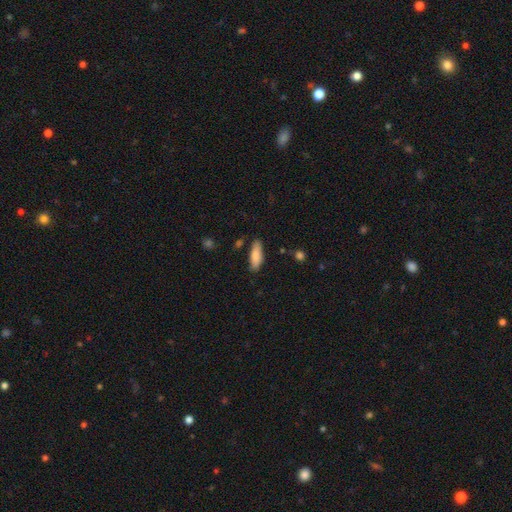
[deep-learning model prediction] Smooth or featured?
  - smooth: 84% *
  - featured or disk: 10%
  - star or artifact: 6%
How rounded?
  - in between: 63% *
  - cigar-shaped: 36%
  - round: 2%
Merging?
  - none: 79% *
  - minor disturbance: 15%
  - major disturbance: 3%
  - merger: 3%